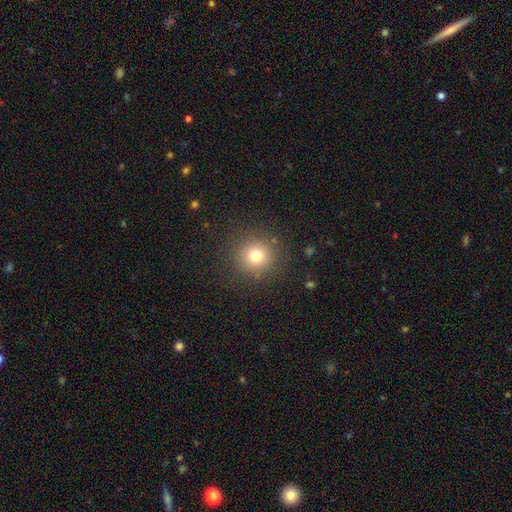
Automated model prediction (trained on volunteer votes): Overall: smooth (76%). How rounded: round (94%). Merging: none (88%).